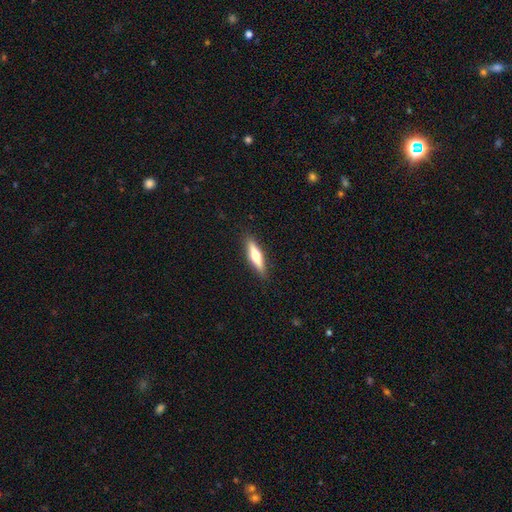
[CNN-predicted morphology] Smooth or featured? Predicted: featured or disk (p=0.51). Edge-on disk? Predicted: yes (p=0.94). Merging? Predicted: none (p=0.90).